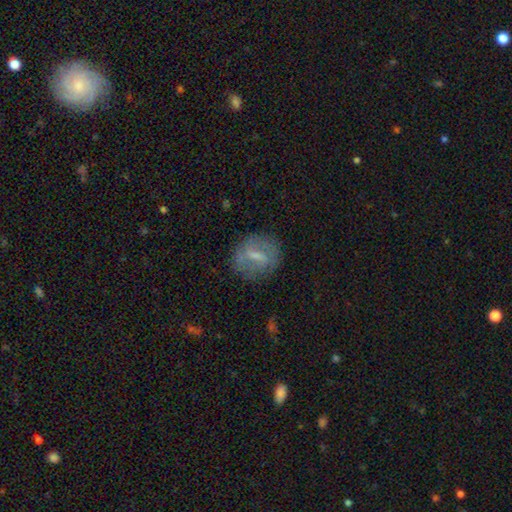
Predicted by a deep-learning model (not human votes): Morphology: type=featured or disk (48%); merging=none (77%).